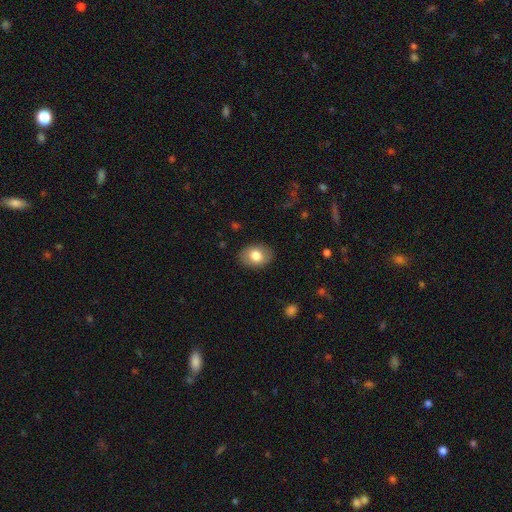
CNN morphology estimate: The model was most divided on "how rounded": in between: 72%, round: 27%, cigar-shaped: 1%. More confident: merging — none (86%); smooth or featured — smooth (79%).